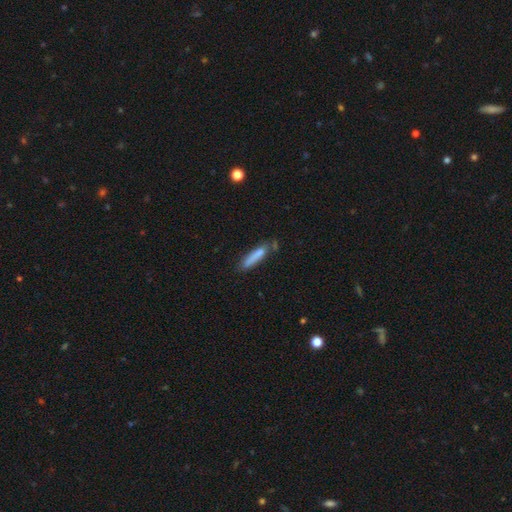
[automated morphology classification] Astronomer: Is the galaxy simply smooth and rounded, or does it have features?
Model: smooth — 80%.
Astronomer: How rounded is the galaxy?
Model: cigar-shaped — 86%.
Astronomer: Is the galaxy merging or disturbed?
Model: none — 67%.